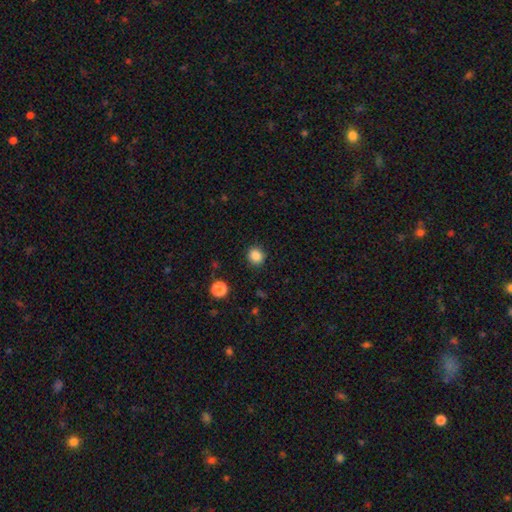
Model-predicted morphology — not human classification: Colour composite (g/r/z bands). It shows a smooth galaxy with no disk features (86%) that is round (86%). Merging: none (90%).